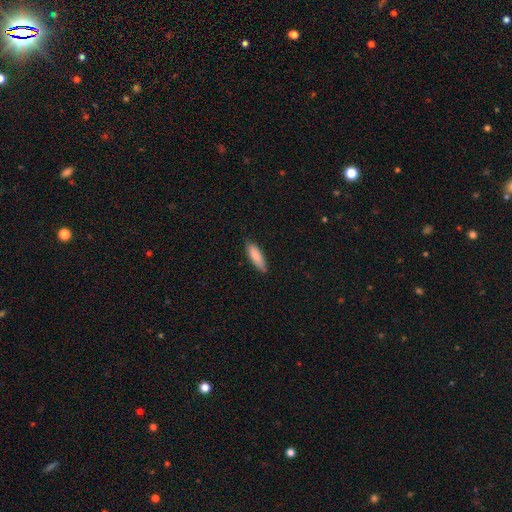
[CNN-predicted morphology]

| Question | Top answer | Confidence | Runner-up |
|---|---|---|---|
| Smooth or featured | smooth | 86% | featured or disk (9%) |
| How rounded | cigar-shaped | 54% | in between (44%) |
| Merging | none | 82% | minor disturbance (15%) |